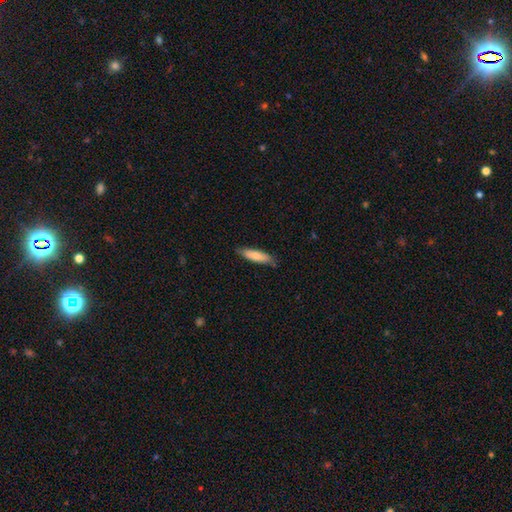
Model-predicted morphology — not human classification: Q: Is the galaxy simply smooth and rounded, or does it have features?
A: smooth — 76%.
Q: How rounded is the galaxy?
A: cigar-shaped — 67%.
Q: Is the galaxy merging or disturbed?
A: none — 81%.